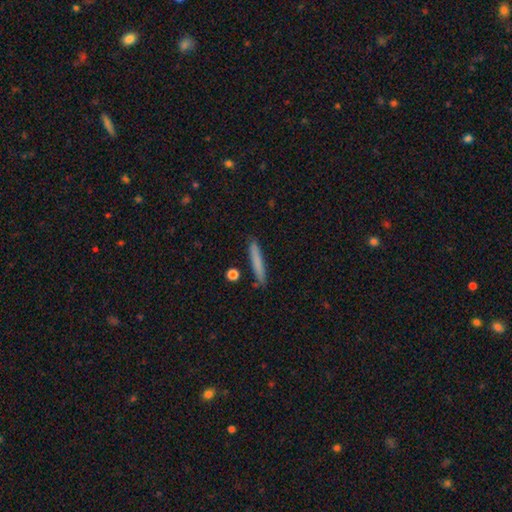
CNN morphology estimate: Overall: smooth (75%). How rounded: cigar-shaped (96%). Merging: none (89%).